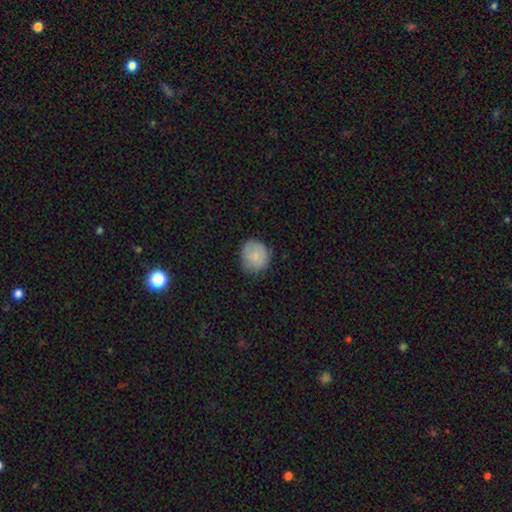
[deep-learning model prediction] Q: Smooth or featured?
A: smooth (79%); runner-up: featured or disk (14%)
Q: How rounded?
A: round (83%); runner-up: in between (16%)
Q: Merging?
A: none (73%); runner-up: minor disturbance (21%)